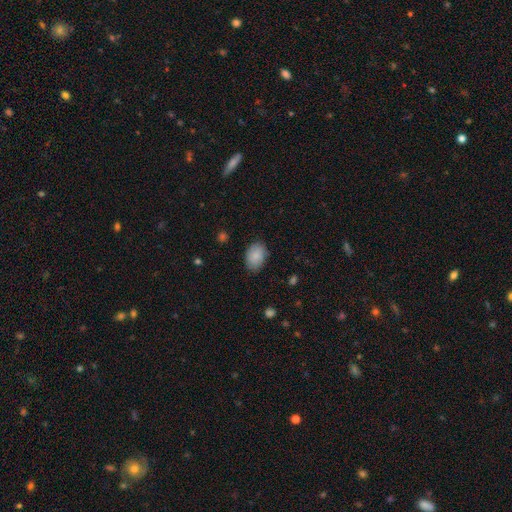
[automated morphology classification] smooth 87%, star or artifact 7%, featured or disk 6%. Down the decision tree: how rounded — in between (85%); merging — none (82%).